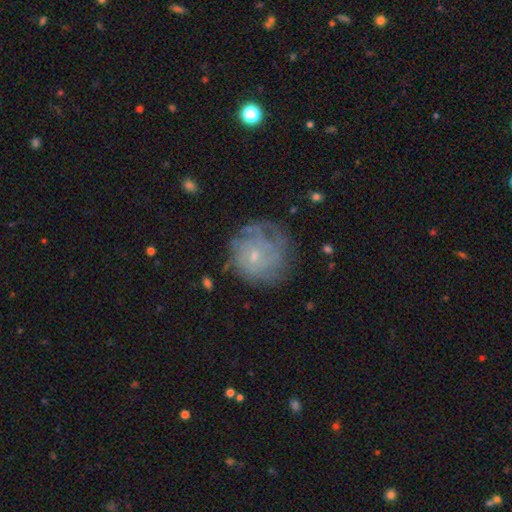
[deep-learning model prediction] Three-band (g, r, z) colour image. It shows a featured or disk galaxy (60%) with no bar (73%), spiral arms (72%) and a small central bulge (71%). Merging: none (60%).